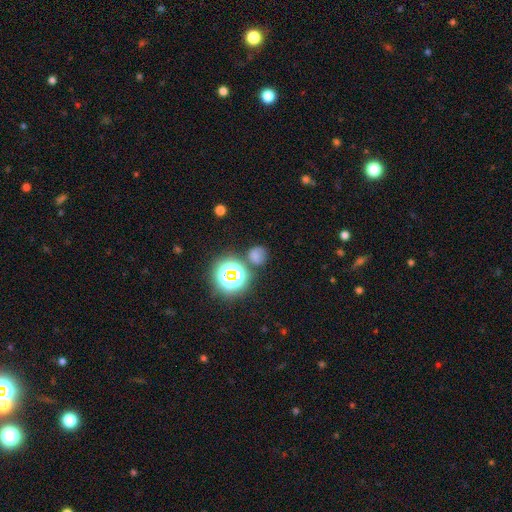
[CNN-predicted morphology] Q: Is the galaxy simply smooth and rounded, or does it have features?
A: smooth — 62%.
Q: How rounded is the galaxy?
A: round — 83%.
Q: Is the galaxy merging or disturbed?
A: none — 73%.